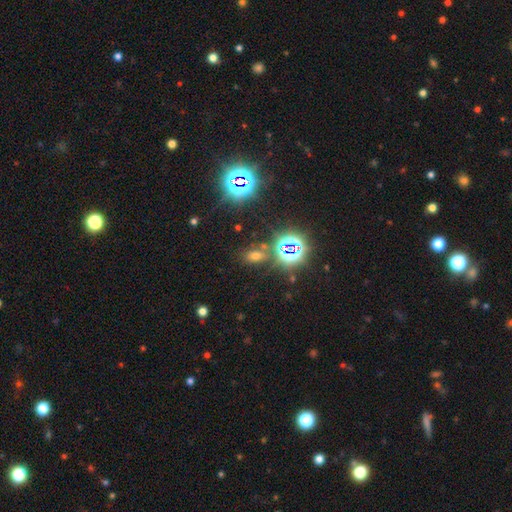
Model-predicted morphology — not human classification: smooth_or_featured: star or artifact (p=0.46) [alt: smooth p=0.45]